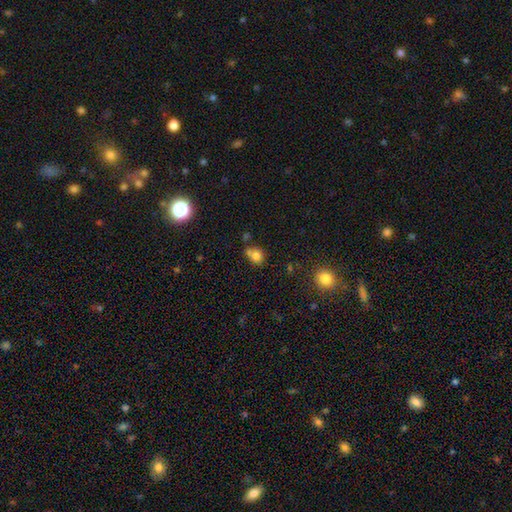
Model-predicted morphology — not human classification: smooth 77%, star or artifact 13%, featured or disk 10%. Down the decision tree: how rounded — round (63%); merging — none (48%).